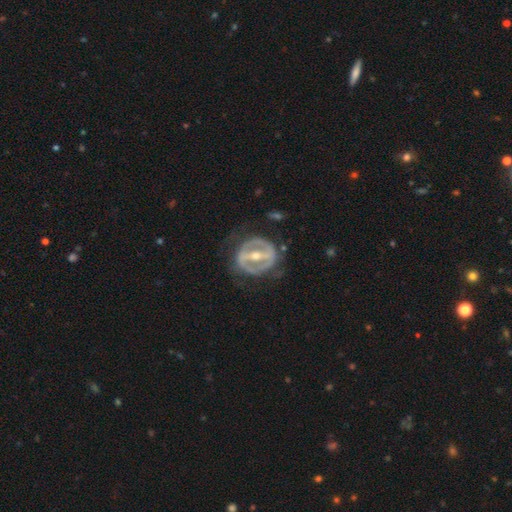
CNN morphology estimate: This is clearly a featured or disk galaxy (83%). It is clearly not viewed edge-on (92%). Bar: likely strong (78%). Spiral arm pattern: possibly no (56%). Central bulge: possibly moderate (56%). Merging: likely none (69%).